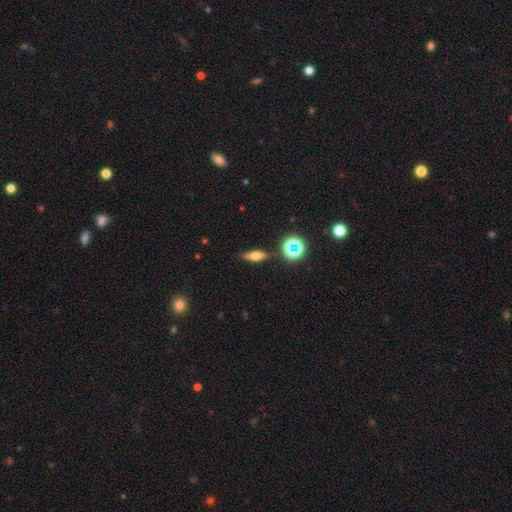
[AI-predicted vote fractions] A smooth galaxy with no disk features (50%) that is cigar-shaped (46%). Merging: none (85%).